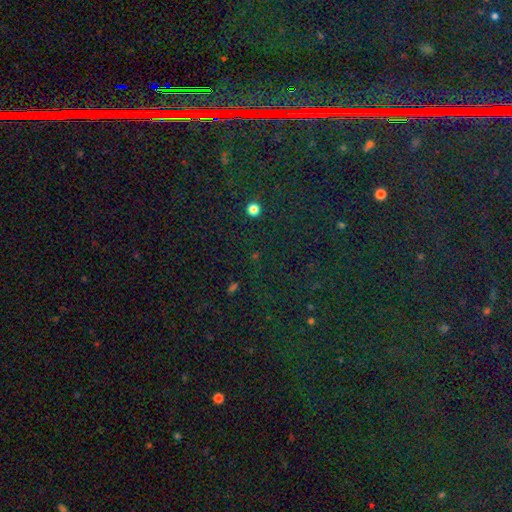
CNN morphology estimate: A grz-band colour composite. It shows a star or artifact, not a galaxy (87%).